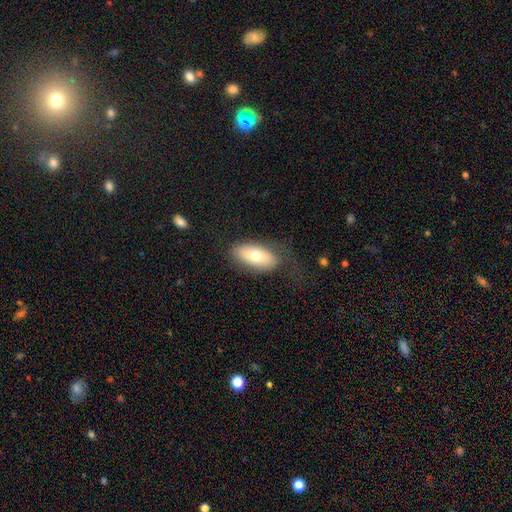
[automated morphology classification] This appears to be a smooth galaxy with no disk features (69%) that is in between round and cigar-shaped (91%). Merging: none (64%).